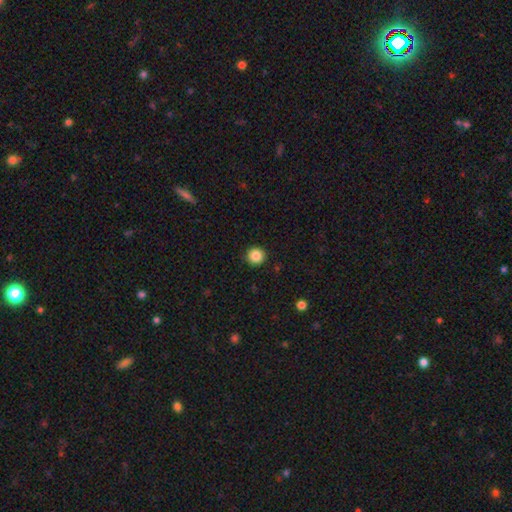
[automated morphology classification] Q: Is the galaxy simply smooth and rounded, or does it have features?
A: smooth — 86%.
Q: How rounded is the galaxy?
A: round — 95%.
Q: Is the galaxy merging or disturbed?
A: none — 92%.